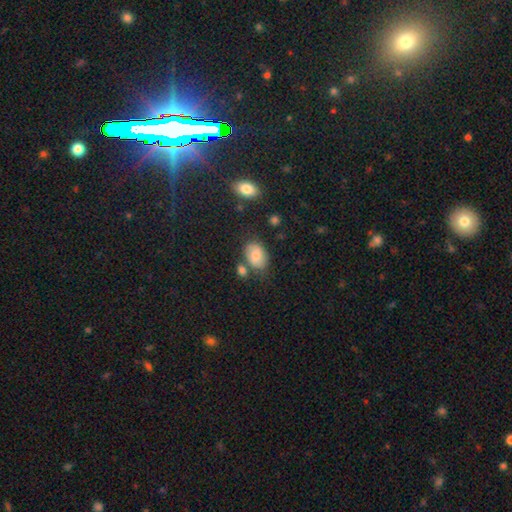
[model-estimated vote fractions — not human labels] A smooth galaxy with no disk features (76%) that is in between round and cigar-shaped (80%). Merging: none (64%).